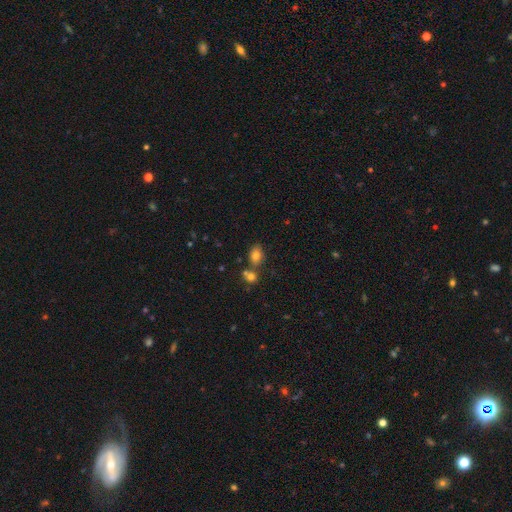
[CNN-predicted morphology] Smooth or featured?
  - smooth: 77% *
  - star or artifact: 13%
  - featured or disk: 10%
How rounded?
  - in between: 68% *
  - round: 30%
  - cigar-shaped: 1%
Merging?
  - none: 62% *
  - merger: 22%
  - minor disturbance: 12%
  - major disturbance: 4%